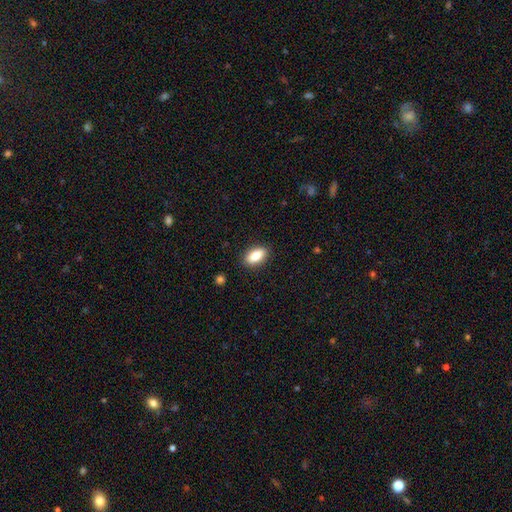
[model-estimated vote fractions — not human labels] smooth 85%, featured or disk 7%, star or artifact 7%. Down the decision tree: how rounded — in between (90%); merging — none (88%).